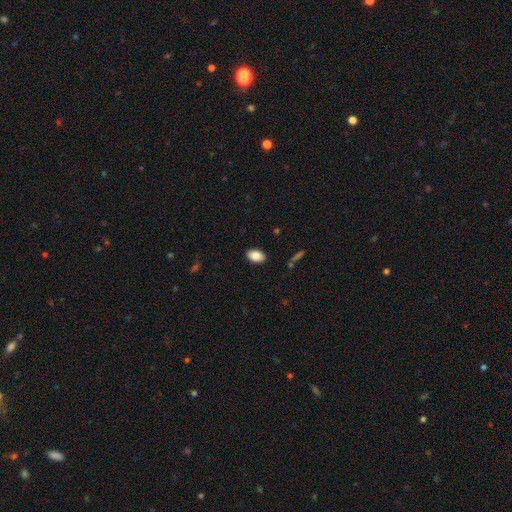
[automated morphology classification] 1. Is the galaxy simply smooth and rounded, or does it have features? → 86% smooth, 7% star or artifact, 6% featured or disk.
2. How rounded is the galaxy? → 92% in between, 6% round, 1% cigar-shaped.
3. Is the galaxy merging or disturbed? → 88% none, 8% minor disturbance, 2% major disturbance, 1% merger.